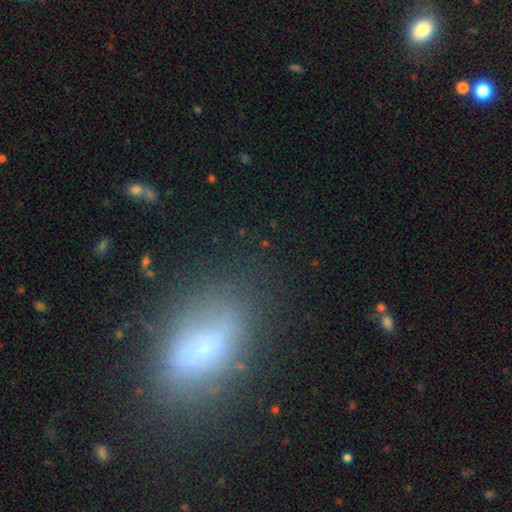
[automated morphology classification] This appears to be a smooth galaxy with no disk features (61%) that is in between round and cigar-shaped (84%). Merging: none (71%).